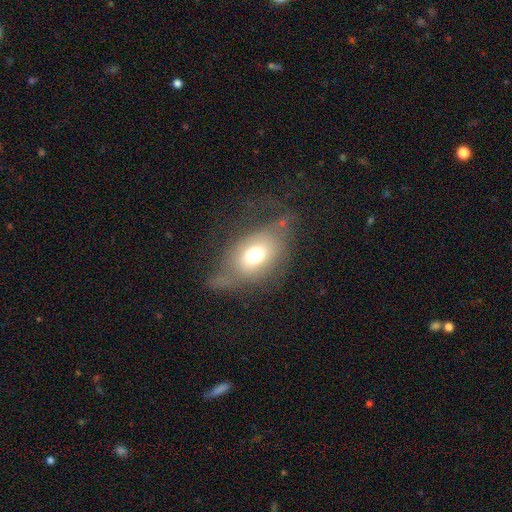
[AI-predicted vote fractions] Smooth or featured?
  - smooth: 59% *
  - featured or disk: 29%
  - star or artifact: 11%
How rounded?
  - in between: 77% *
  - round: 20%
  - cigar-shaped: 3%
Merging?
  - none: 41% *
  - minor disturbance: 29%
  - major disturbance: 27%
  - merger: 3%